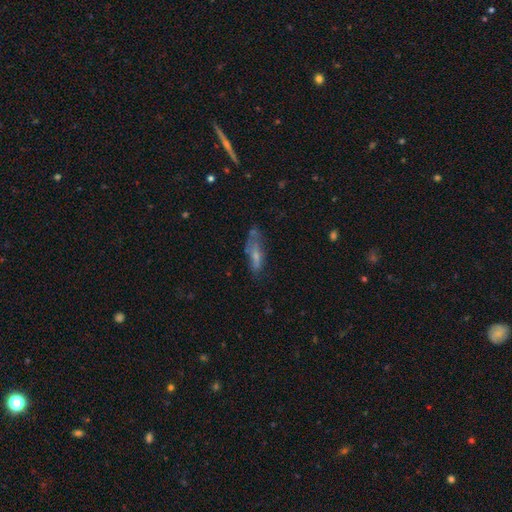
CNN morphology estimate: type=smooth (58%); roundness=cigar-shaped (53%); merging=none (49%).